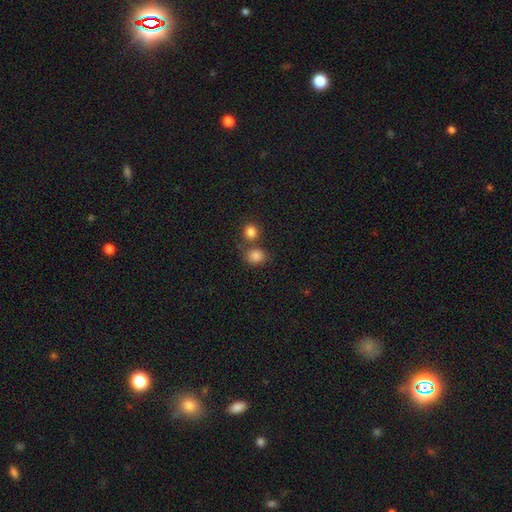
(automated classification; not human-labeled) smooth_or_featured: smooth (p=0.84) [alt: star or artifact p=0.11]
how_rounded: round (p=0.63) [alt: in between p=0.36]
merging: none (p=0.60) [alt: merger p=0.24]